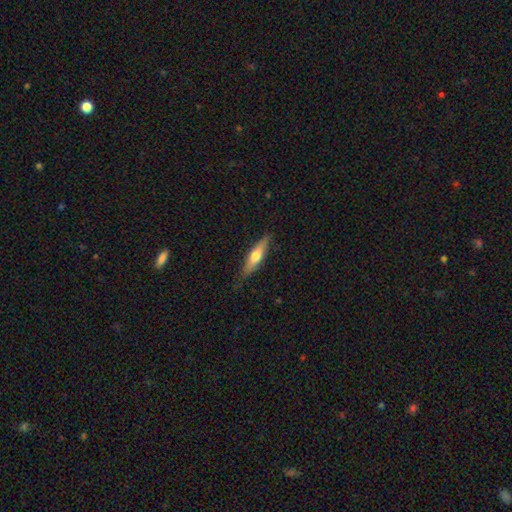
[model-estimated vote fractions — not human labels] smooth_or_featured: smooth (p=0.53) [alt: featured or disk p=0.42]
how_rounded: cigar-shaped (p=0.73) [alt: in between p=0.25]
merging: none (p=0.81) [alt: minor disturbance p=0.15]